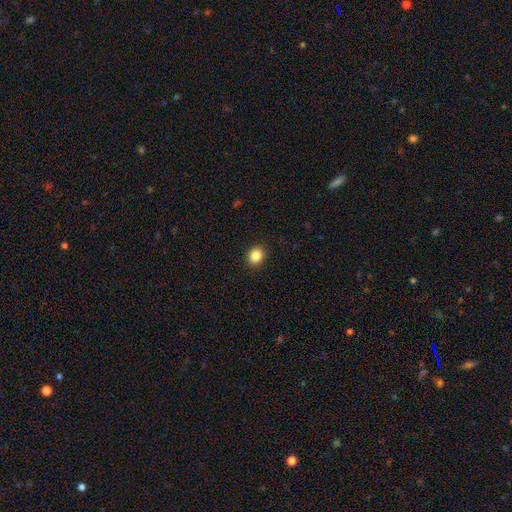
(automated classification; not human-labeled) smooth_or_featured: smooth (p=0.85) [alt: star or artifact p=0.10]
how_rounded: round (p=0.65) [alt: in between p=0.34]
merging: none (p=0.92) [alt: minor disturbance p=0.06]